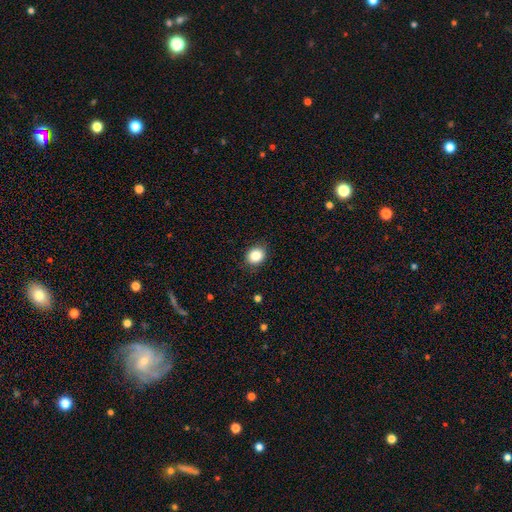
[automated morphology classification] A smooth galaxy with no disk features (85%) that is round (63%). Merging: none (87%).